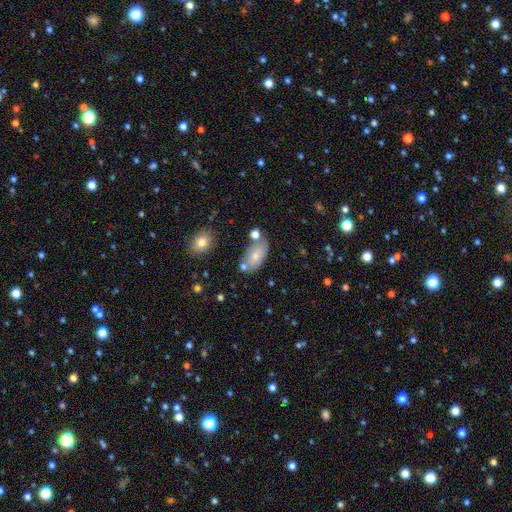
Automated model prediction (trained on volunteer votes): Smooth or featured?
  - smooth: 69% *
  - featured or disk: 23%
  - star or artifact: 8%
How rounded?
  - in between: 93% *
  - round: 4%
  - cigar-shaped: 4%
Merging?
  - none: 63% *
  - minor disturbance: 19%
  - merger: 14%
  - major disturbance: 5%